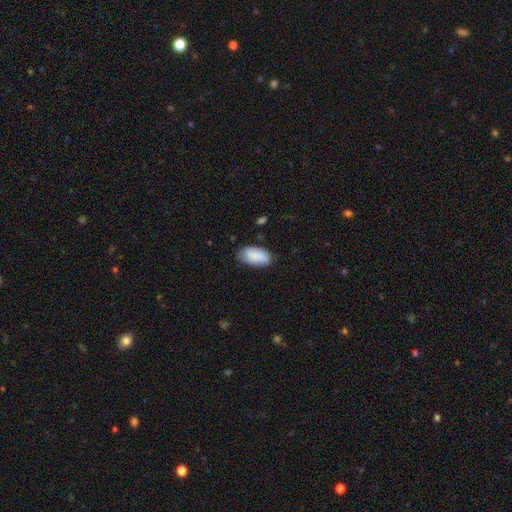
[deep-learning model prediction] This appears to be a smooth galaxy with no disk features (86%) that is in between round and cigar-shaped (94%). Merging: none (75%).